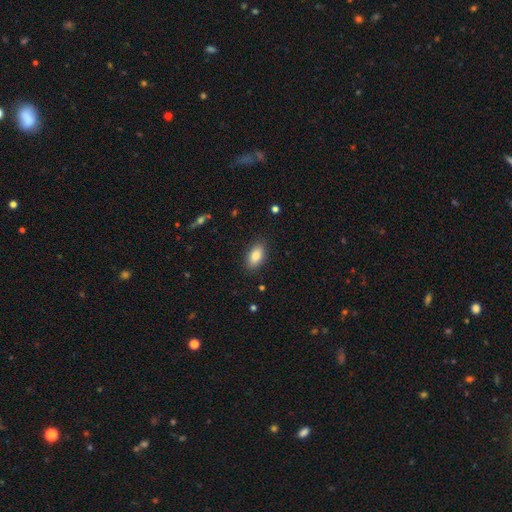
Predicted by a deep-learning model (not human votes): Smooth or featured? smooth (84%)
How rounded? in between (91%)
Merging? none (87%)